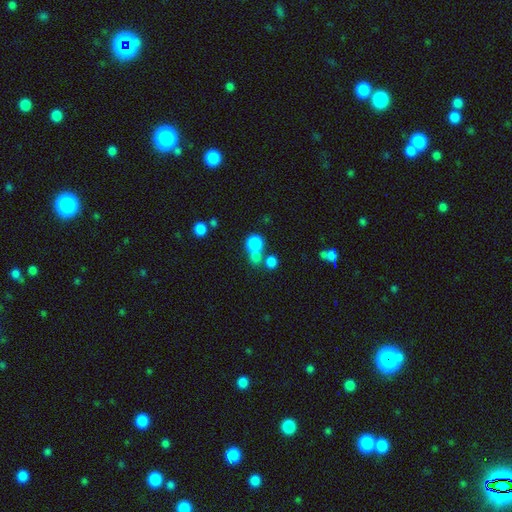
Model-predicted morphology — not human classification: Q: Smooth or featured?
A: smooth (79%); runner-up: star or artifact (13%)
Q: How rounded?
A: round (87%); runner-up: in between (11%)
Q: Merging?
A: none (50%); runner-up: merger (39%)